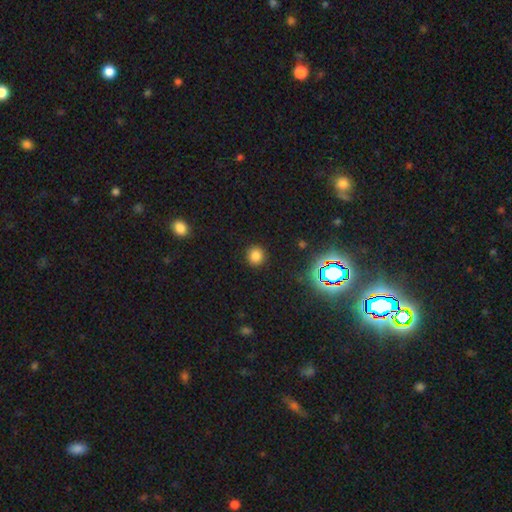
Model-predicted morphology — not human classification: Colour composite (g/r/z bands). It shows a smooth galaxy with no disk features (79%) that is round (91%). Merging: none (90%).